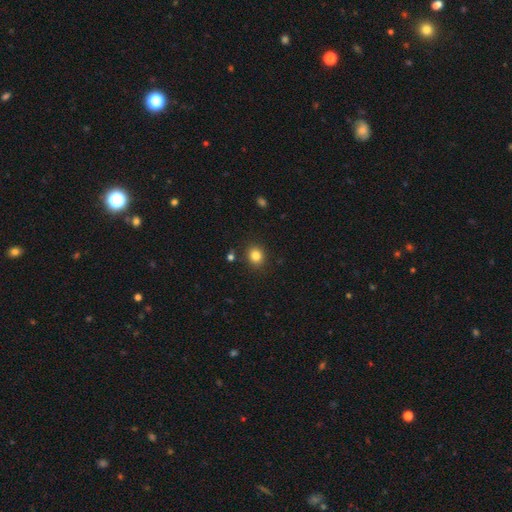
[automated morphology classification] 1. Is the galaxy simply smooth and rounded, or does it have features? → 83% smooth, 12% star or artifact, 5% featured or disk.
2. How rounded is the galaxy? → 79% round, 20% in between, 1% cigar-shaped.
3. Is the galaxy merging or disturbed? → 88% none, 7% minor disturbance, 2% merger, 2% major disturbance.